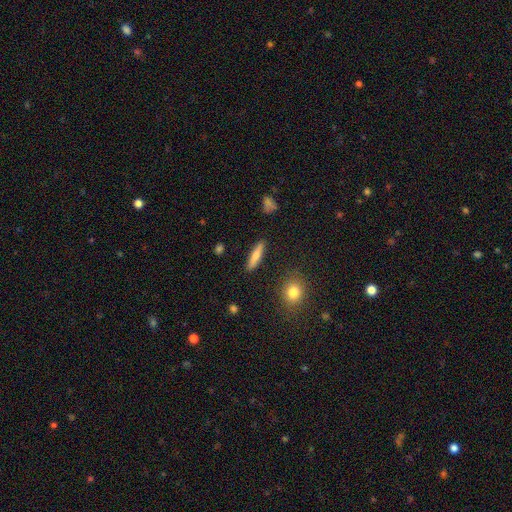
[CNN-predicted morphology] smooth-or-featured: smooth: 70% | featured or disk: 23% | star or artifact: 7%
  how-rounded: cigar-shaped: 82% | in between: 16% | round: 2%
  merging: none: 89% | minor disturbance: 7% | major disturbance: 2% | merger: 2%